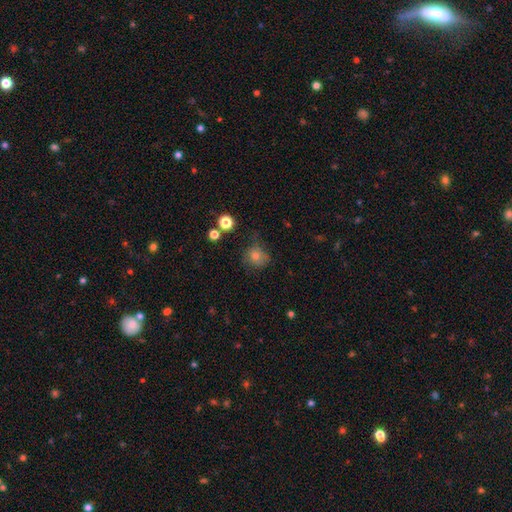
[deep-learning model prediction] The model was most divided on "merging": none: 61%, minor disturbance: 26%, major disturbance: 10%, merger: 3%. More confident: how rounded — round (83%); smooth or featured — smooth (72%).